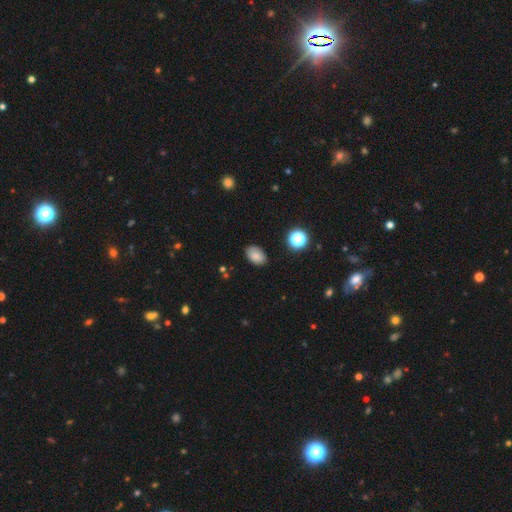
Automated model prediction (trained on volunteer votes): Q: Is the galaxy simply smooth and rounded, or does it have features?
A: smooth — 83%.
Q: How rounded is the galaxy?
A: in between — 87%.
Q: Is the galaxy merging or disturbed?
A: none — 85%.